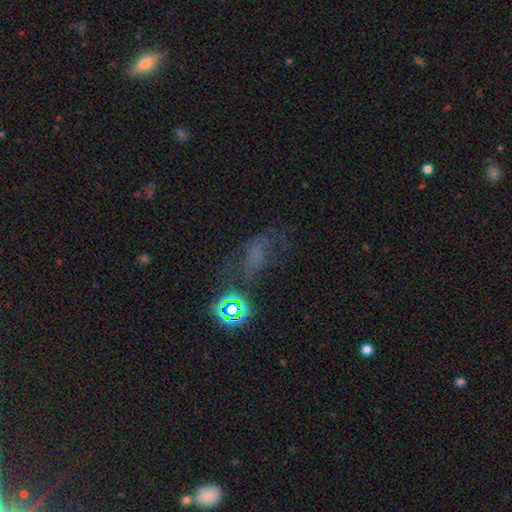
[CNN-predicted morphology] star or artifact 37%, smooth 36%, featured or disk 27%.